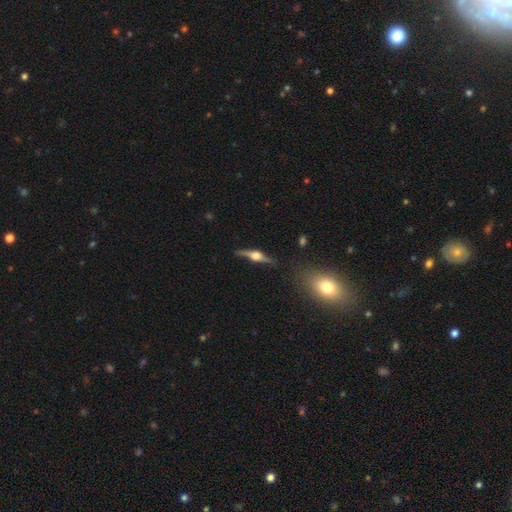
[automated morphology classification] type=featured or disk (80%); edge-on=yes (95%); edge-on bulge=rounded (95%); merging=none (80%).